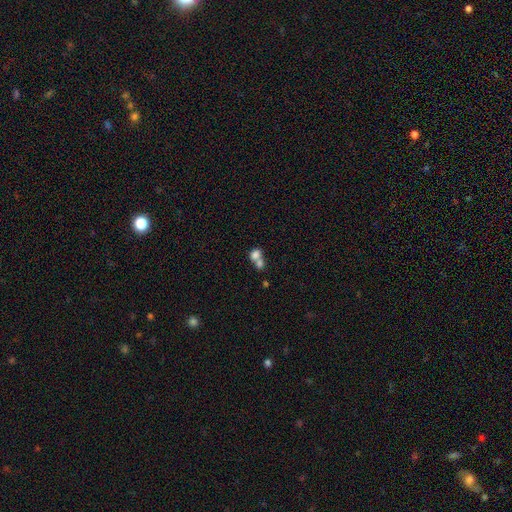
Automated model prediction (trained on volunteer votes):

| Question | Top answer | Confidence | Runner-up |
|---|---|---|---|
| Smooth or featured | smooth | 77% | featured or disk (13%) |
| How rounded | round | 52% | in between (47%) |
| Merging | merger | 66% | none (25%) |